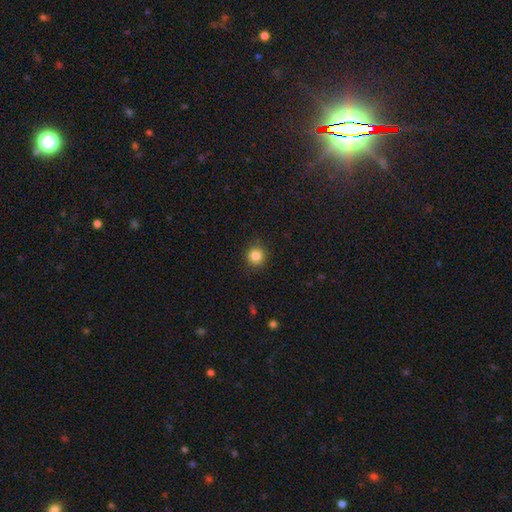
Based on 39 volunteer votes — A smooth galaxy with no disk features (95%) that is round (100%).

Vote fractions:
- Smooth or featured? smooth: 95% / featured or disk: 3% / star or artifact: 3%
- How rounded? round: 100% / in between: 0% / cigar-shaped: 0%
- Merging? none: 92% / minor disturbance: 8% / major disturbance: 0% / merger: 0%